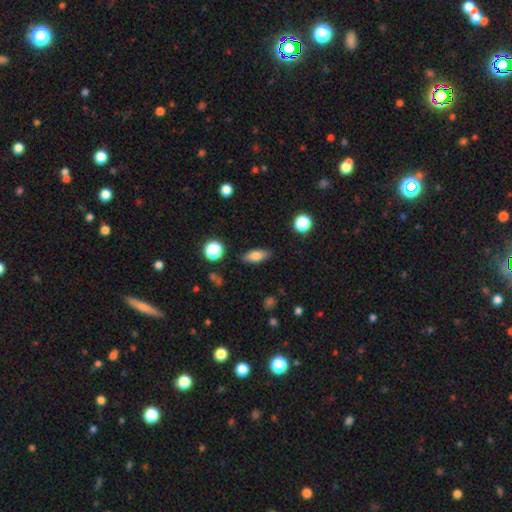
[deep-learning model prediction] Morphology: type=smooth (73%); roundness=in between (72%); merging=none (86%).